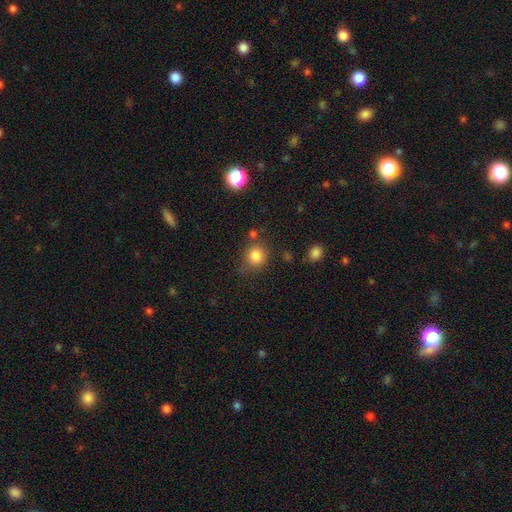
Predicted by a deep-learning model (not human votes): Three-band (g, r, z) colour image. It shows a smooth galaxy with no disk features (83%) that is round (85%). Merging: none (73%).